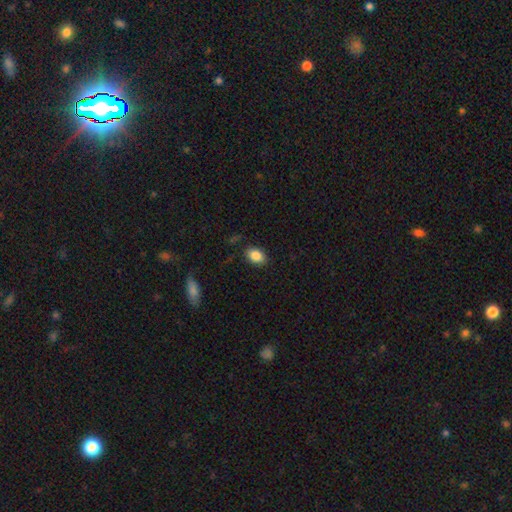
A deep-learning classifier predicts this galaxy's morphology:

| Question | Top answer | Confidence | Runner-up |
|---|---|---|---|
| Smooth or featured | smooth | 86% | star or artifact (8%) |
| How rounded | in between | 81% | round (18%) |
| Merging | none | 85% | minor disturbance (11%) |